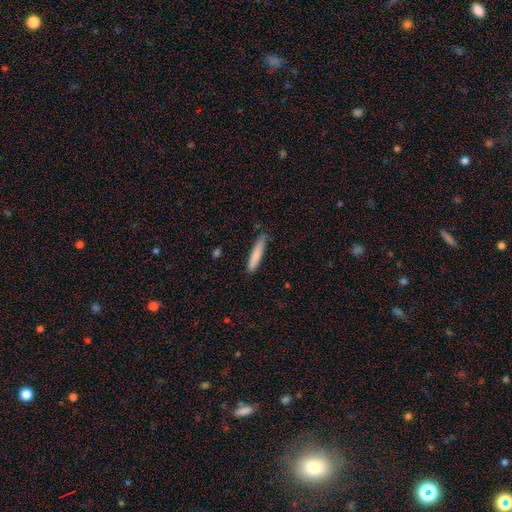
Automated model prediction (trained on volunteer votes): Overall: smooth (80%). How rounded: cigar-shaped (91%). Merging: none (79%).